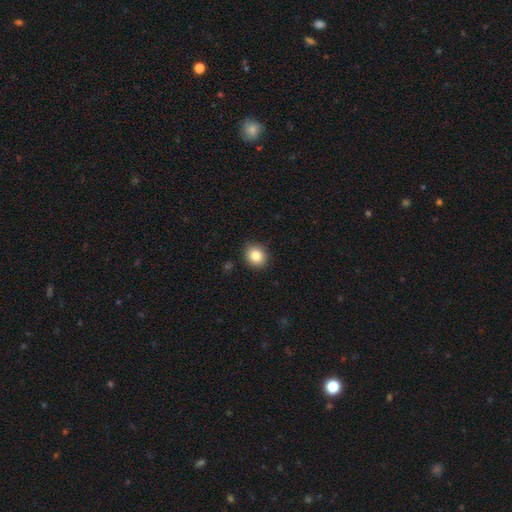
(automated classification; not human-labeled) smooth_or_featured: smooth (p=0.84) [alt: star or artifact p=0.10]
how_rounded: round (p=0.75) [alt: in between p=0.25]
merging: none (p=0.87) [alt: minor disturbance p=0.09]